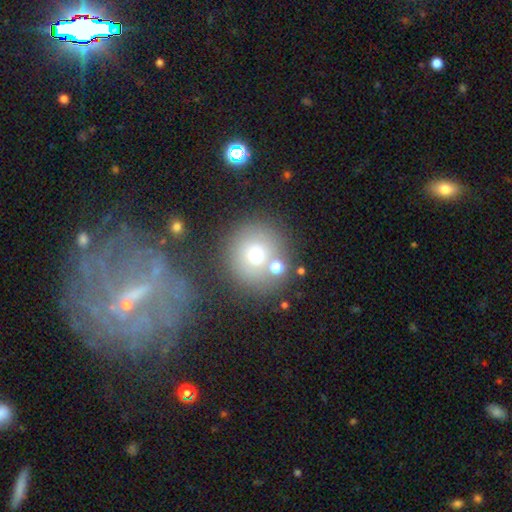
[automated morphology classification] Overall: smooth (67%). How rounded: round (91%). Merging: none (67%).